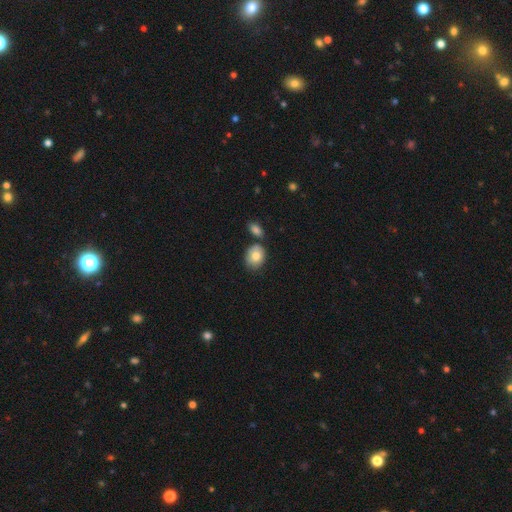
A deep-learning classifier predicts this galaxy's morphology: Smooth or featured: smooth — 80% (featured or disk — 12%)
How rounded: in between — 55% (round — 44%)
Merging: none — 62% (minor disturbance — 17%)